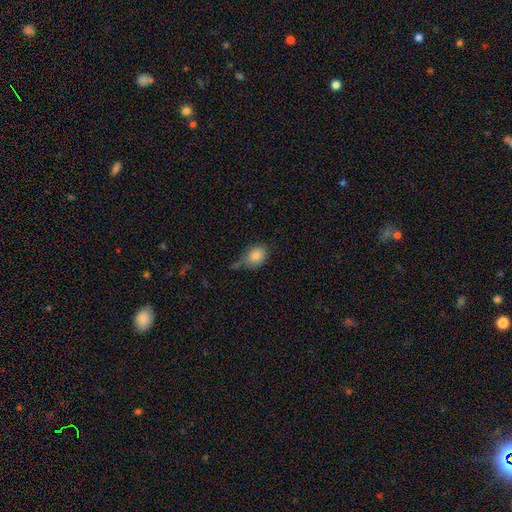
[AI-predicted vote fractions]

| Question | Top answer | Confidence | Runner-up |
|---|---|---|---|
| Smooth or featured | smooth | 84% | star or artifact (8%) |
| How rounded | in between | 63% | round (35%) |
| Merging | none | 48% | minor disturbance (32%) |